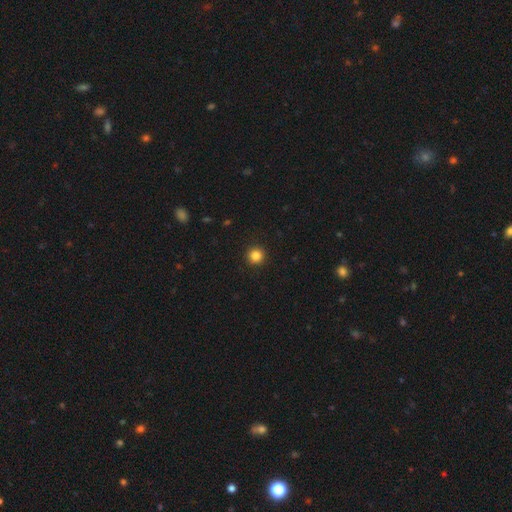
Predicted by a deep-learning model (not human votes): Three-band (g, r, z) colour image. It shows a smooth galaxy with no disk features (84%) that is round (95%). Merging: none (93%).